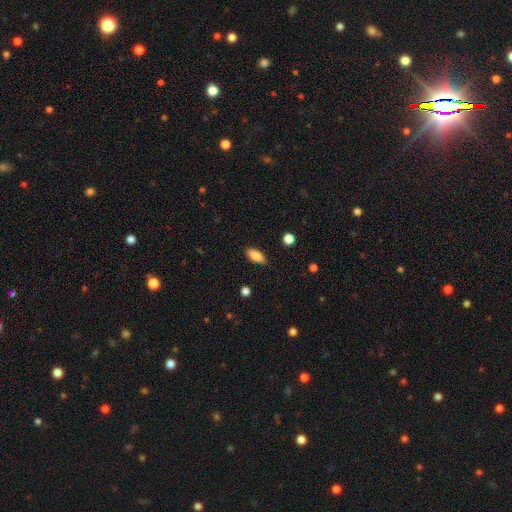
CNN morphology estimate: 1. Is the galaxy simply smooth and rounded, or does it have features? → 84% smooth, 9% featured or disk, 7% star or artifact.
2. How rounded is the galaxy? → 85% in between, 12% cigar-shaped, 3% round.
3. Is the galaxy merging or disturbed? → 87% none, 9% minor disturbance, 2% major disturbance, 1% merger.